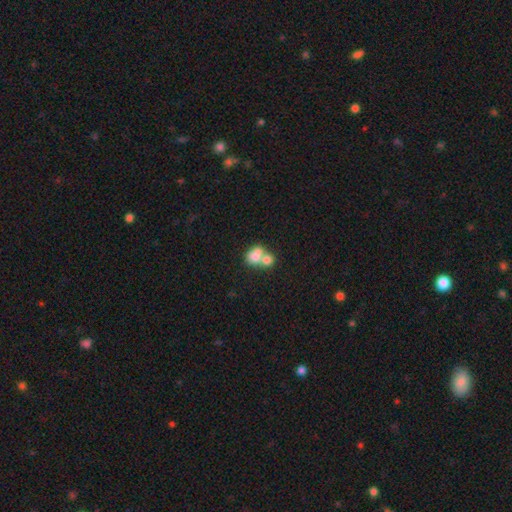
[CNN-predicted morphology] Q: Smooth or featured?
A: smooth (74%); runner-up: featured or disk (17%)
Q: How rounded?
A: in between (56%); runner-up: round (43%)
Q: Merging?
A: merger (70%); runner-up: none (19%)